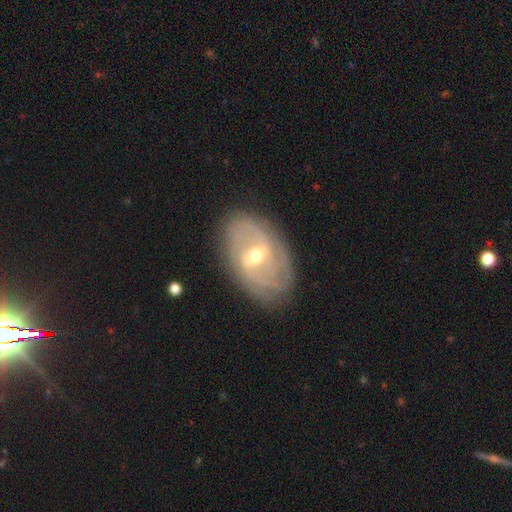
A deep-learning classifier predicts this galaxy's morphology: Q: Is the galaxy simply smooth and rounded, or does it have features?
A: featured or disk — 81%.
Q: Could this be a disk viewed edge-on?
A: no — 94%.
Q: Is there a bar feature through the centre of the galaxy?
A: weak — 50%.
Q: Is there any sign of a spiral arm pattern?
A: yes — 85%.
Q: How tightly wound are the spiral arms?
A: tight — 57%.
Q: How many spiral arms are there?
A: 2 — 38%.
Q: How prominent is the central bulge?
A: moderate — 65%.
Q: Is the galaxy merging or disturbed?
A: none — 79%.